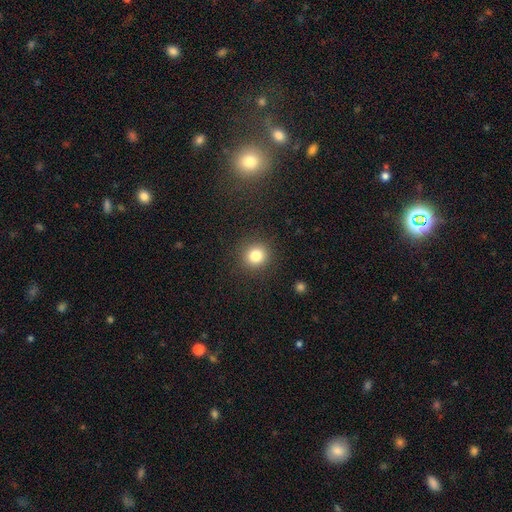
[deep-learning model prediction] The model was most divided on "smooth or featured": smooth: 81%, star or artifact: 12%, featured or disk: 6%. More confident: merging — none (89%); how rounded — round (89%).